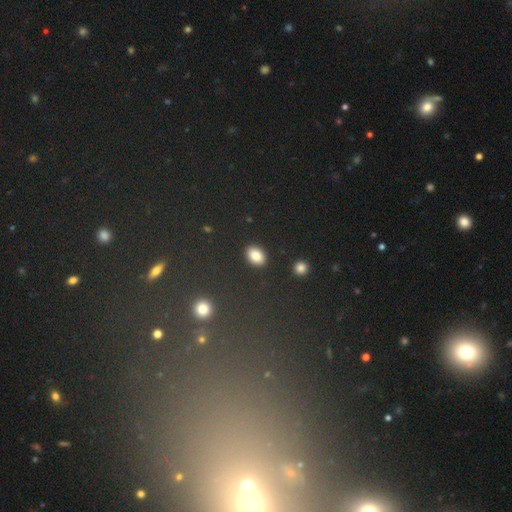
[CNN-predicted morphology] This is clearly a smooth galaxy (85%). How rounded: clearly in between (81%). Merging: clearly none (89%).